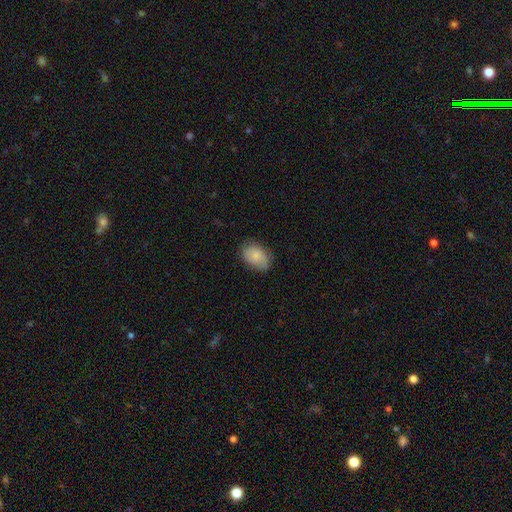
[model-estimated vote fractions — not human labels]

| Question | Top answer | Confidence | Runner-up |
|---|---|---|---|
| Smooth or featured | smooth | 81% | featured or disk (12%) |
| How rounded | in between | 84% | round (15%) |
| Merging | none | 74% | minor disturbance (21%) |